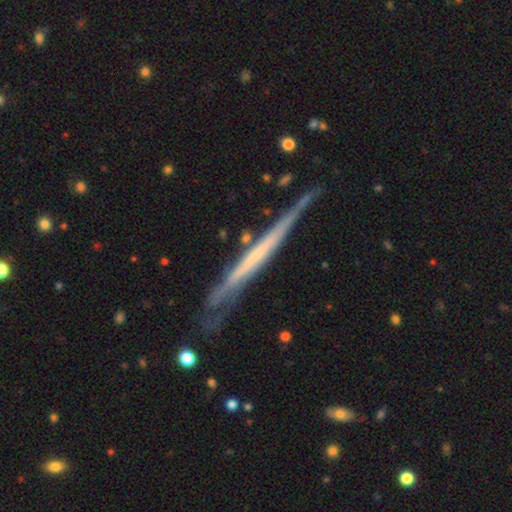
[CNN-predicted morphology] smooth-or-featured: featured or disk: 69% | smooth: 25% | star or artifact: 5%
  disk-edge-on: yes: 96% | no: 4%
    edge-on-bulge: none: 85% | rounded: 8% | boxy: 7%
  merging: none: 74% | minor disturbance: 19% | major disturbance: 4% | merger: 3%